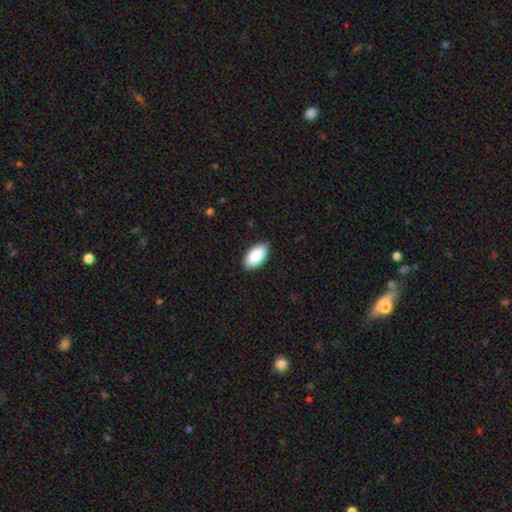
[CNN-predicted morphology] smooth_or_featured: smooth (p=0.90) [alt: star or artifact p=0.06]
how_rounded: in between (p=0.96) [alt: round p=0.02]
merging: none (p=0.87) [alt: minor disturbance p=0.10]